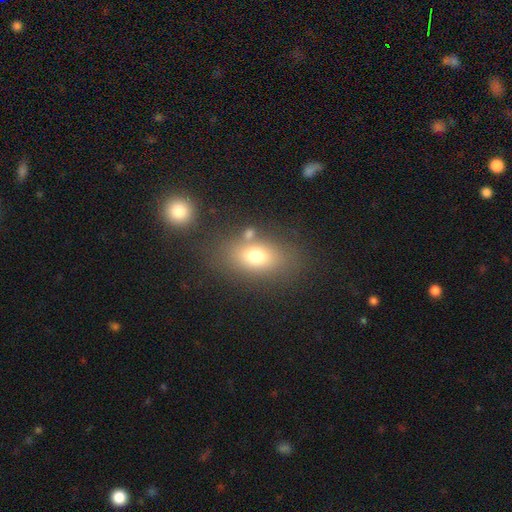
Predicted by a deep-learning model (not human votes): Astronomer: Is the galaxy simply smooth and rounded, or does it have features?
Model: smooth — 72%.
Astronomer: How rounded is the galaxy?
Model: in between — 76%.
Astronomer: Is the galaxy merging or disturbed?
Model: none — 69%.